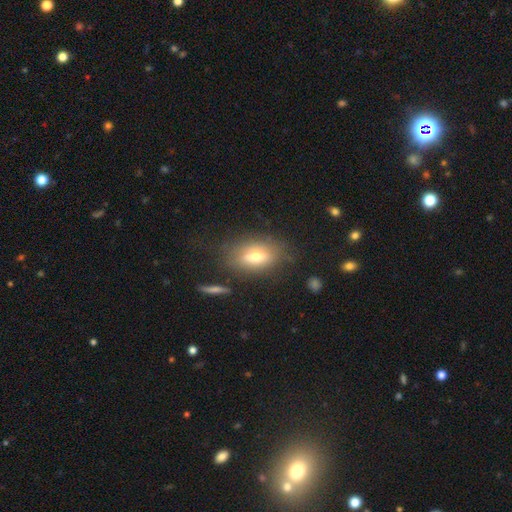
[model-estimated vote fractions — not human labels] Overall: smooth (63%; featured or disk 26%). How rounded: in between (82%). Merging: none (74%).